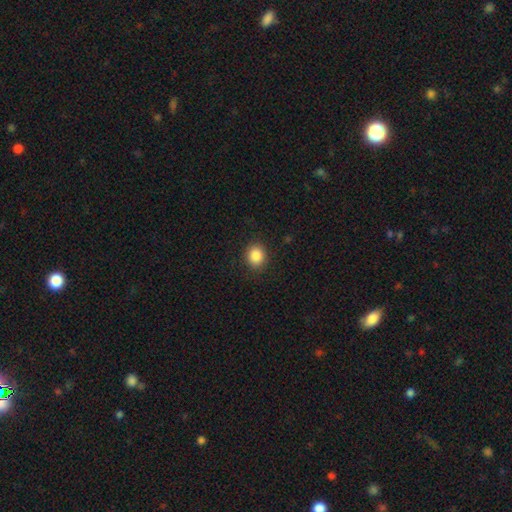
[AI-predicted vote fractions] A smooth galaxy with no disk features (86%) that is round (72%). Merging: none (89%).